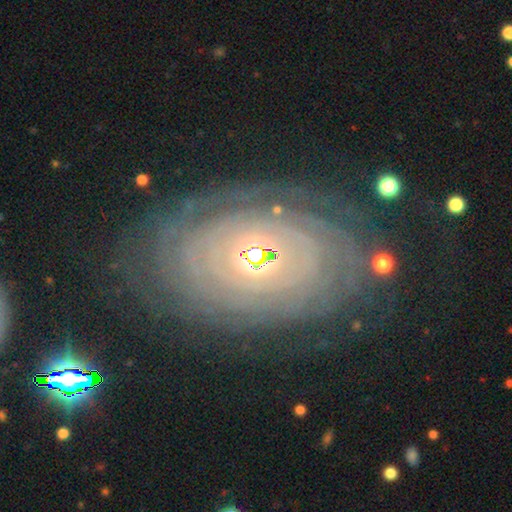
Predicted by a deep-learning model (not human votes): Smooth or featured? Predicted: featured or disk (p=0.56). Edge-on disk? Predicted: no (p=0.88). Merging? Predicted: none (p=0.73).